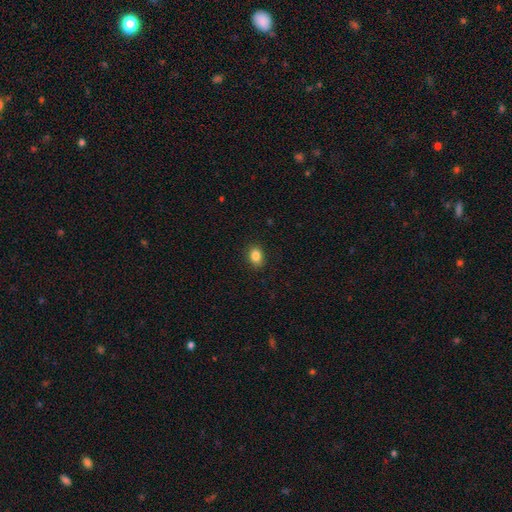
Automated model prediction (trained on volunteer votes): Smooth or featured?
  - smooth: 85% *
  - star or artifact: 10%
  - featured or disk: 5%
How rounded?
  - in between: 70% *
  - round: 29%
  - cigar-shaped: 1%
Merging?
  - none: 88% *
  - minor disturbance: 9%
  - major disturbance: 2%
  - merger: 1%